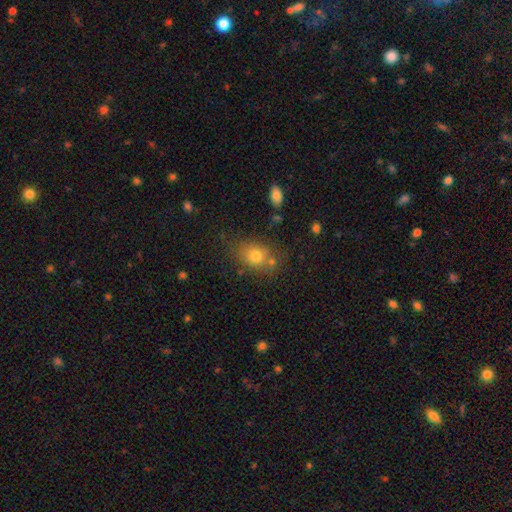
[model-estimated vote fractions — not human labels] This appears to be a smooth galaxy with no disk features (75%) that is in between round and cigar-shaped (60%). Merging: none (69%).